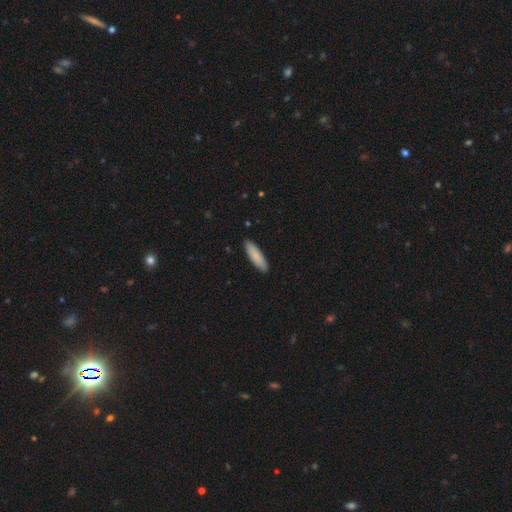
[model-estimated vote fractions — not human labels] Smooth or featured? Predicted: smooth (p=0.87). How rounded? Predicted: cigar-shaped (p=0.63). Merging? Predicted: none (p=0.89).